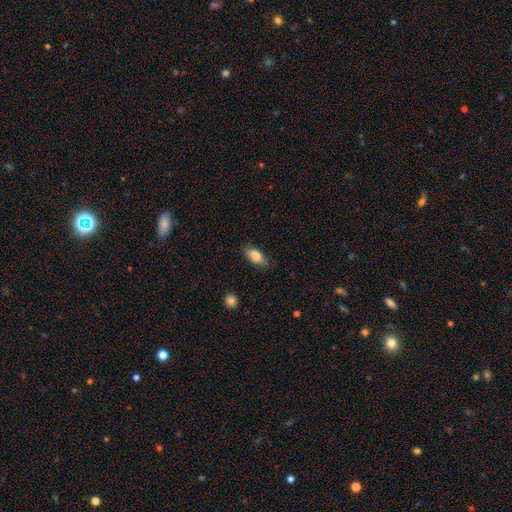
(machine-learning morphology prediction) A smooth galaxy with no disk features (83%) that is in between round and cigar-shaped (88%). Merging: none (77%).